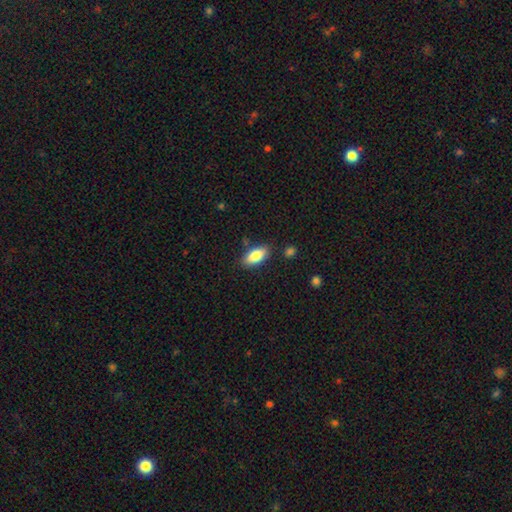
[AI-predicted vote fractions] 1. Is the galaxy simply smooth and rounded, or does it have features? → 82% smooth, 11% featured or disk, 7% star or artifact.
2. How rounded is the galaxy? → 87% in between, 10% cigar-shaped, 3% round.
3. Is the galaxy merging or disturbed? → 83% none, 12% minor disturbance, 3% merger, 2% major disturbance.